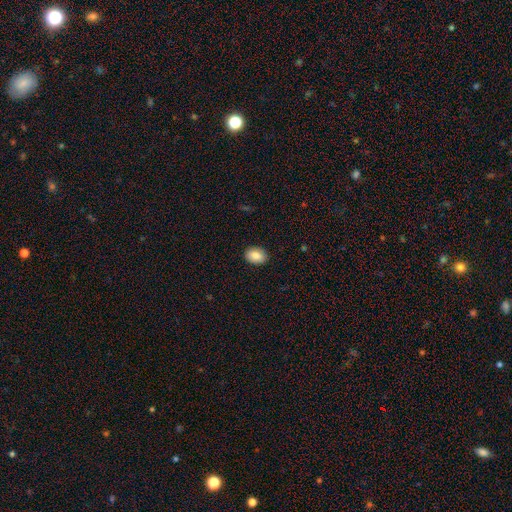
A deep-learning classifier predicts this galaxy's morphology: Smooth or featured: smooth — 85% (star or artifact — 8%)
How rounded: in between — 75% (round — 24%)
Merging: none — 90% (minor disturbance — 7%)